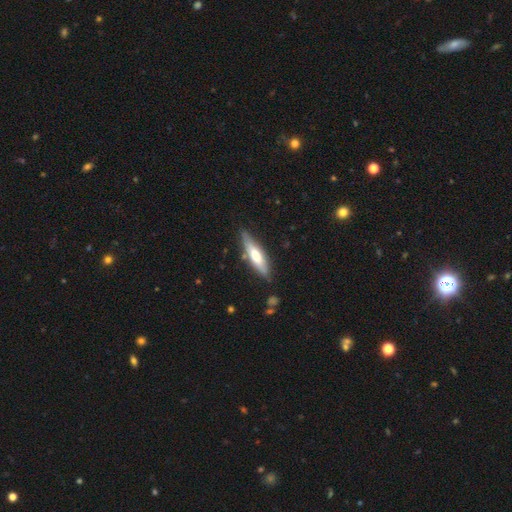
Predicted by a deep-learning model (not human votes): A smooth galaxy with no disk features (53%) that is cigar-shaped (68%).

Vote fractions:
- Smooth or featured? smooth: 53% / featured or disk: 41% / star or artifact: 5%
- How rounded? cigar-shaped: 68% / in between: 30% / round: 1%
- Merging? none: 79% / minor disturbance: 16% / major disturbance: 3% / merger: 3%